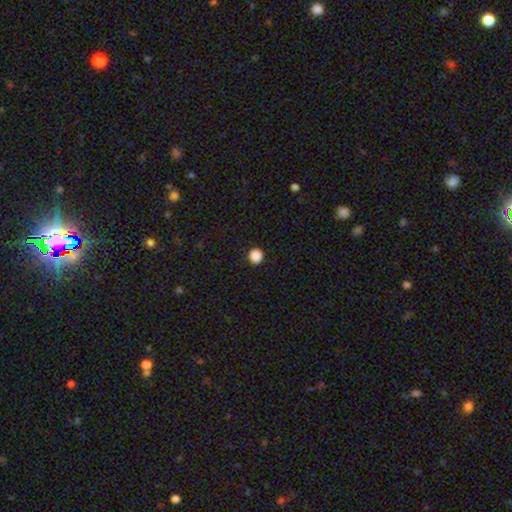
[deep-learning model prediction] smooth 88%, star or artifact 10%, featured or disk 2%. Down the decision tree: how rounded — round (87%); merging — none (92%).